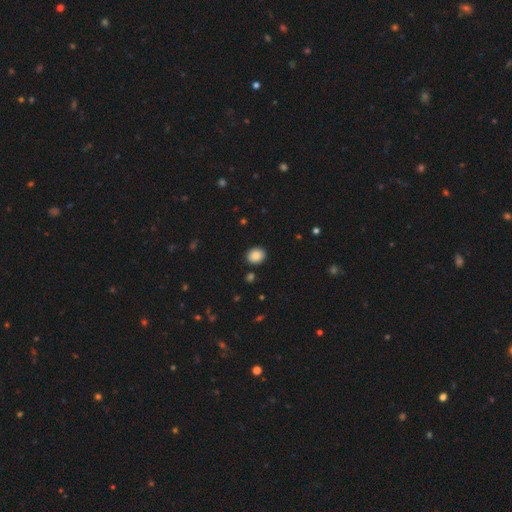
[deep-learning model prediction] The model was most divided on "how rounded": round: 68%, in between: 31%, cigar-shaped: 1%. More confident: merging — none (89%); smooth or featured — smooth (87%).